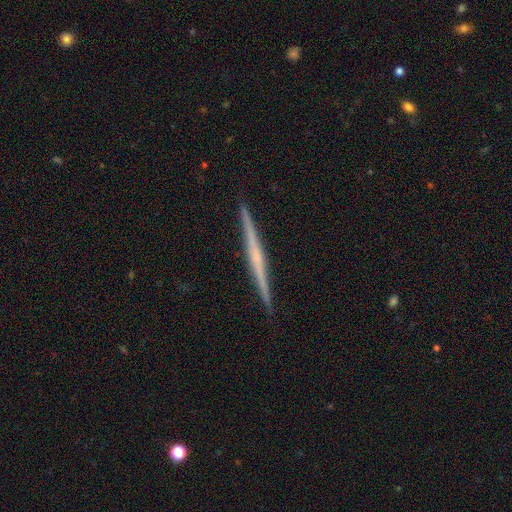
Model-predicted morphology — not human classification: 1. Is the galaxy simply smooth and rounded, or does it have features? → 72% featured or disk, 22% smooth, 6% star or artifact.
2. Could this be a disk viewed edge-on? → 98% yes, 2% no.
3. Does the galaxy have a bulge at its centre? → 59% none, 30% rounded, 11% boxy.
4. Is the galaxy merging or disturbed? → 93% none, 5% minor disturbance, 1% major disturbance, 1% merger.